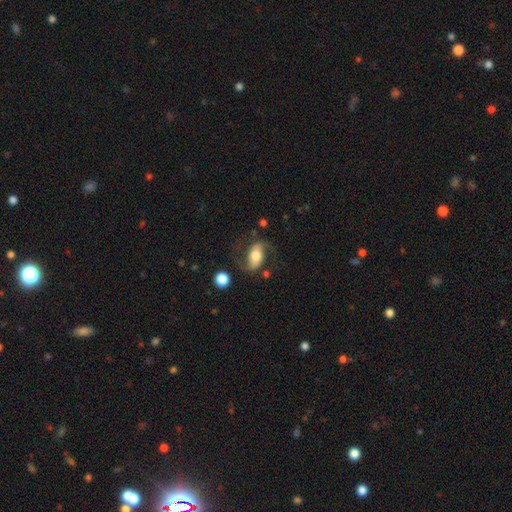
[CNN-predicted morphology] Overall: featured or disk (64%; smooth 29%). Edge-on disk: no (94%). Bar: no (40%; weak 30%). Spiral arms: yes (89%). Spiral arm count: 2 (91%). Spiral winding: loose (57%; medium 34%). Bulge size: moderate (55%; large 27%). Merging: none (66%).